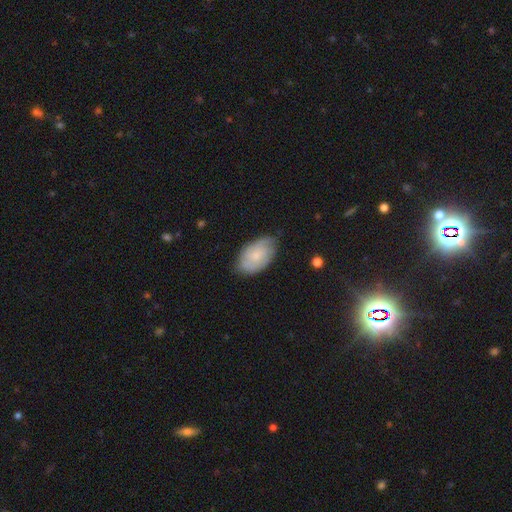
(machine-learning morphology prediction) smooth-or-featured: smooth: 52% | featured or disk: 41% | star or artifact: 7%
  how-rounded: in between: 93% | round: 6% | cigar-shaped: 2%
  merging: none: 72% | minor disturbance: 23% | major disturbance: 4% | merger: 1%